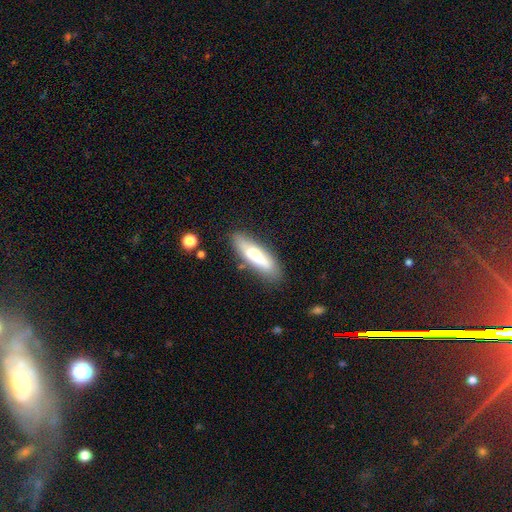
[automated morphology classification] The model was most divided on "how rounded": cigar-shaped: 64%, in between: 35%, round: 2%. More confident: merging — none (73%); smooth or featured — smooth (67%).